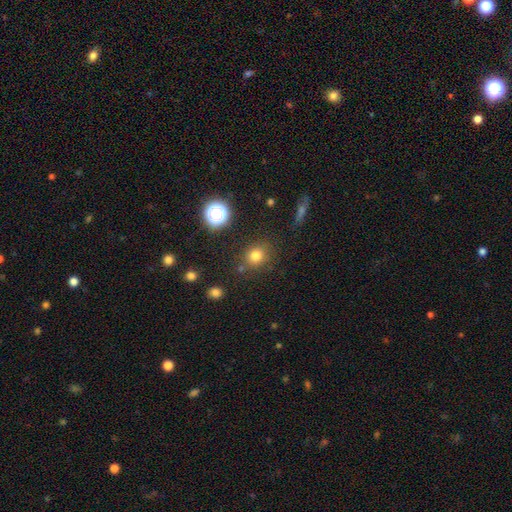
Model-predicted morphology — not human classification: smooth-or-featured: smooth: 77% | star or artifact: 16% | featured or disk: 7%
  how-rounded: round: 78% | in between: 21% | cigar-shaped: 1%
  merging: none: 81% | minor disturbance: 10% | merger: 5% | major disturbance: 4%